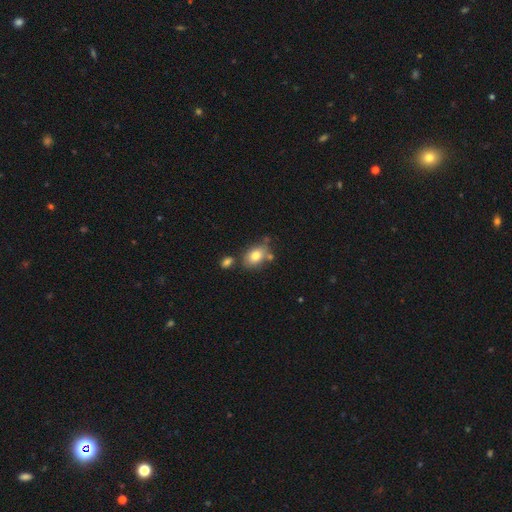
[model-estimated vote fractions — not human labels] The model was most divided on "merging": none: 63%, minor disturbance: 17%, merger: 15%, major disturbance: 5%. More confident: smooth or featured — smooth (80%); how rounded — in between (78%).